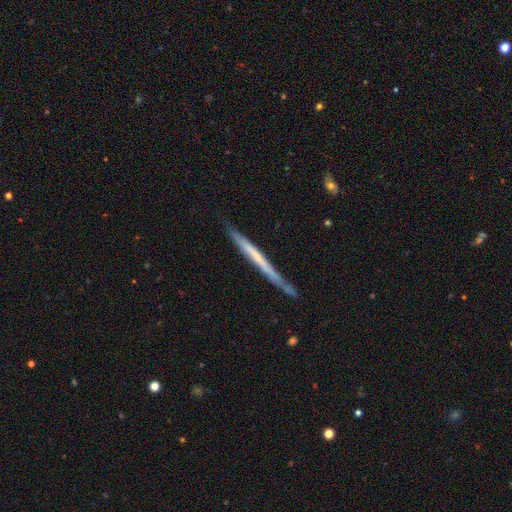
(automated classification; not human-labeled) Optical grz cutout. It shows a featured or disk galaxy (54%) viewed edge-on (95%) with no central bulge (87%). Merging: none (78%).